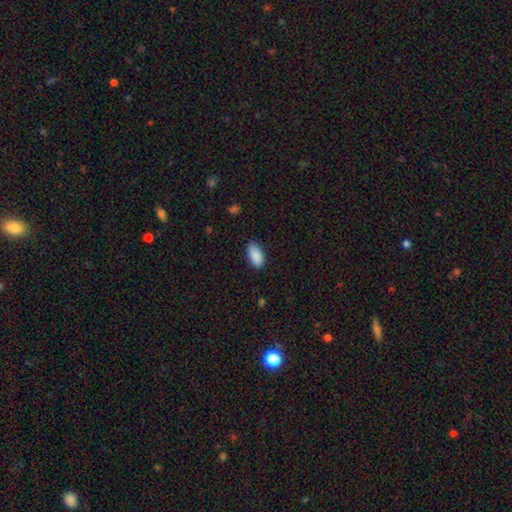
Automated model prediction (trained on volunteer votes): A smooth galaxy with no disk features (90%) that is in between round and cigar-shaped (93%). Merging: none (82%).